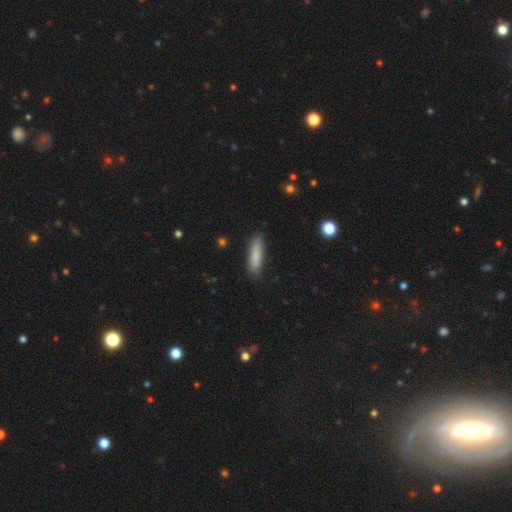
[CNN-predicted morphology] Overall: smooth (85%). How rounded: cigar-shaped (79%). Merging: none (86%).